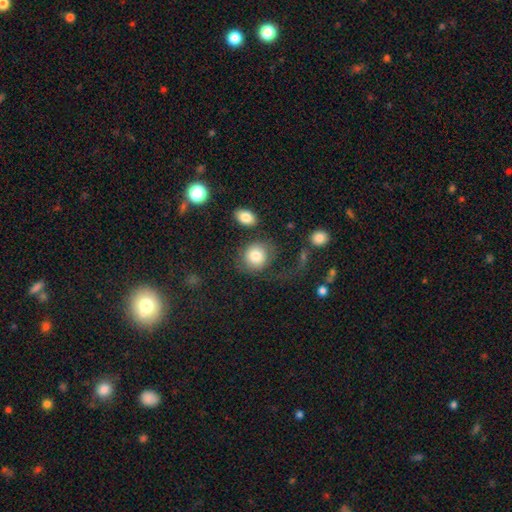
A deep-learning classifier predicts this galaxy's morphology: Overall: smooth (80%). How rounded: round (80%). Merging: none (58%; major disturbance 18%).